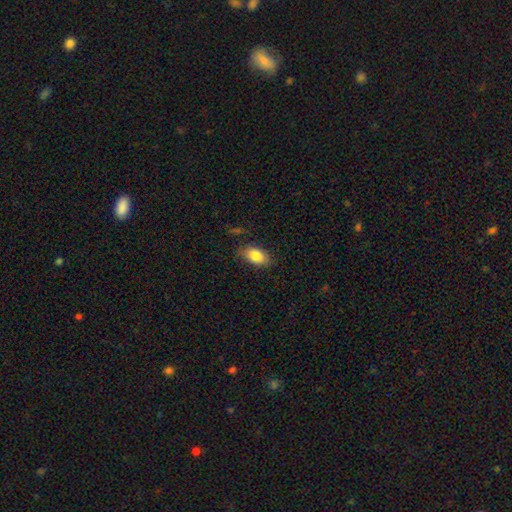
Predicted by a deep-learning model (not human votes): Smooth or featured? Predicted: smooth (p=0.84). How rounded? Predicted: in between (p=0.90). Merging? Predicted: none (p=0.81).